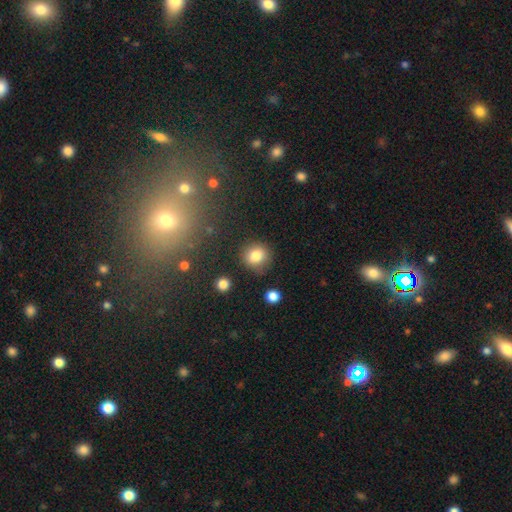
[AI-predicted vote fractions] A smooth galaxy with no disk features (83%) that is round (84%).

Vote fractions:
- Smooth or featured? smooth: 83% / star or artifact: 10% / featured or disk: 7%
- How rounded? round: 84% / in between: 15% / cigar-shaped: 1%
- Merging? none: 82% / minor disturbance: 11% / major disturbance: 3% / merger: 3%